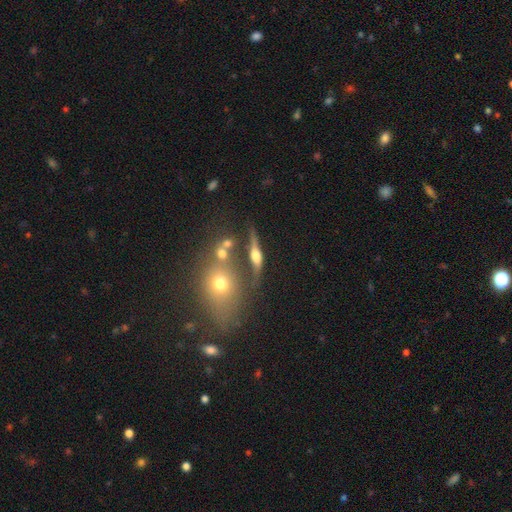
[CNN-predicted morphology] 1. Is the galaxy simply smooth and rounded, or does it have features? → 61% featured or disk, 28% smooth, 11% star or artifact.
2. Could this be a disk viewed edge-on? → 79% yes, 21% no.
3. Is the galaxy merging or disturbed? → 56% none, 17% minor disturbance, 16% merger, 11% major disturbance.